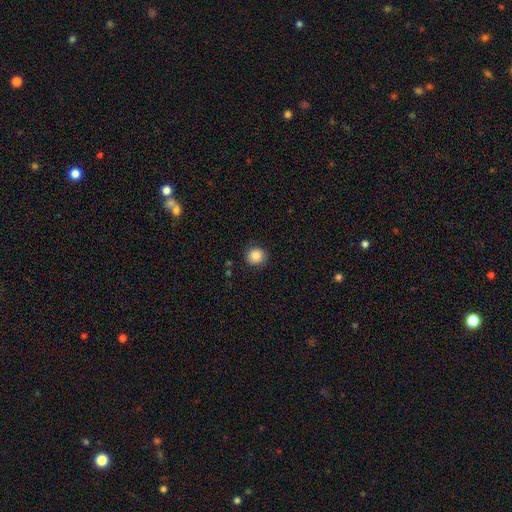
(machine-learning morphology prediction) Smooth or featured? smooth (85%)
How rounded? round (91%)
Merging? none (88%)